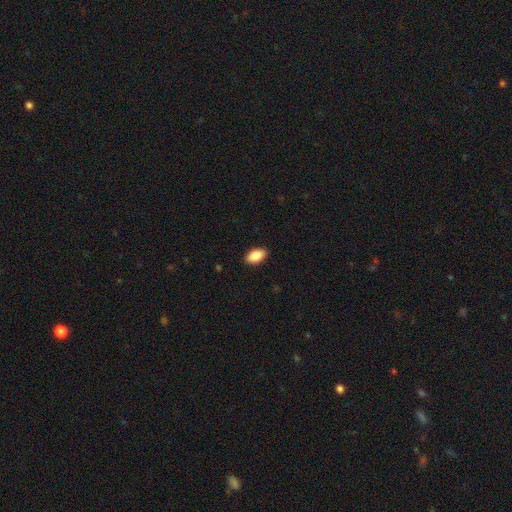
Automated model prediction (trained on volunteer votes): Smooth or featured?
  - smooth: 87% *
  - star or artifact: 7%
  - featured or disk: 6%
How rounded?
  - in between: 93% *
  - round: 4%
  - cigar-shaped: 3%
Merging?
  - none: 90% *
  - minor disturbance: 8%
  - major disturbance: 2%
  - merger: 1%